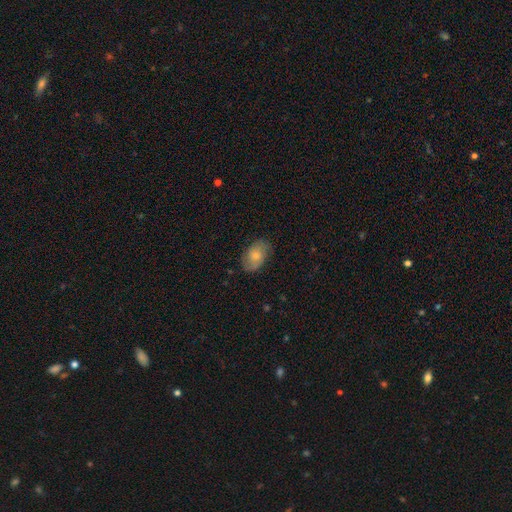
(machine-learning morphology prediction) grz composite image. It shows a smooth galaxy with no disk features (50%). Merging: none (78%).